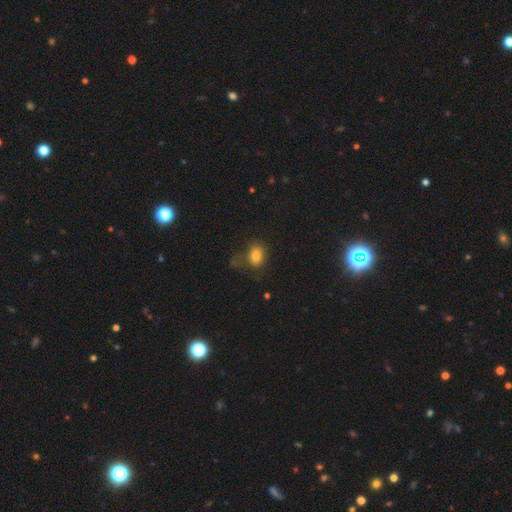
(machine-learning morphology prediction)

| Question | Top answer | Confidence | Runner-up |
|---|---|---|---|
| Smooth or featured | smooth | 80% | star or artifact (11%) |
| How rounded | in between | 69% | round (30%) |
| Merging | none | 51% | minor disturbance (23%) |